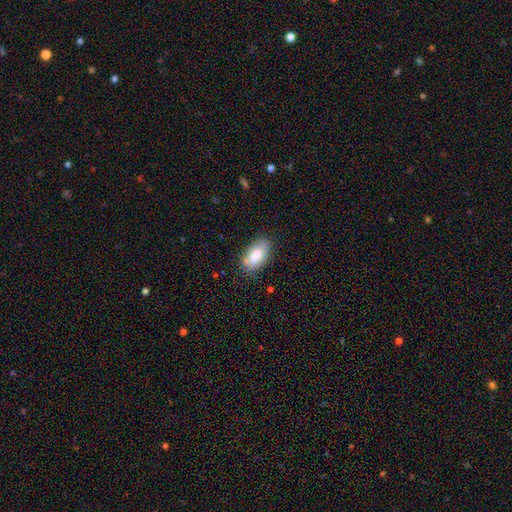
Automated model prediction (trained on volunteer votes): Overall: smooth (82%). How rounded: in between (93%). Merging: none (80%).